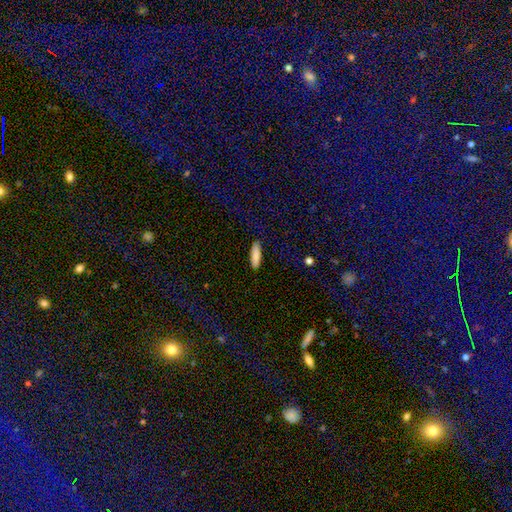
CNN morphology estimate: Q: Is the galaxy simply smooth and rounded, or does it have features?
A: smooth — 86%.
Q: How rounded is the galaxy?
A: cigar-shaped — 65%.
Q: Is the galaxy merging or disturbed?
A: none — 88%.